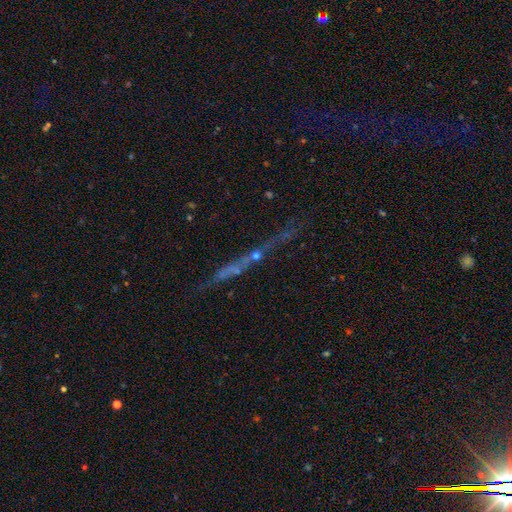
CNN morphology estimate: type=featured or disk (40%); merging=none (54%).